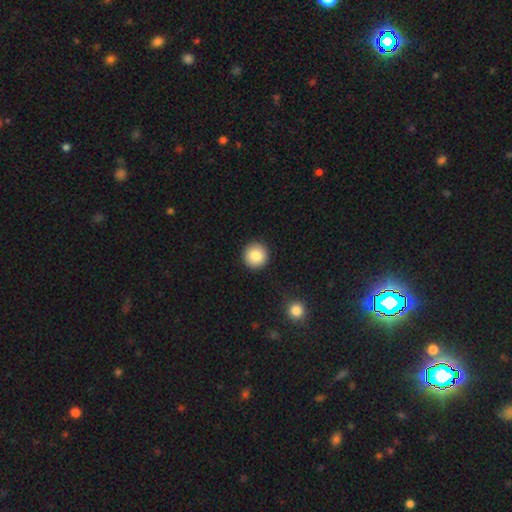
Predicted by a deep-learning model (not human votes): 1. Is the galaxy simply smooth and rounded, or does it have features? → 84% smooth, 9% star or artifact, 7% featured or disk.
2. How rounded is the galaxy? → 95% round, 4% in between, 1% cigar-shaped.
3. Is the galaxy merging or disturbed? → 92% none, 5% minor disturbance, 2% major disturbance, 1% merger.